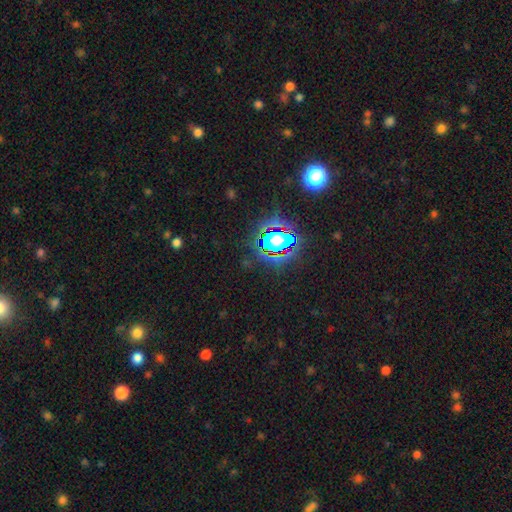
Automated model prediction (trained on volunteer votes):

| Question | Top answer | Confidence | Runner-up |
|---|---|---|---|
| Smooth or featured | star or artifact | 81% | smooth (12%) |